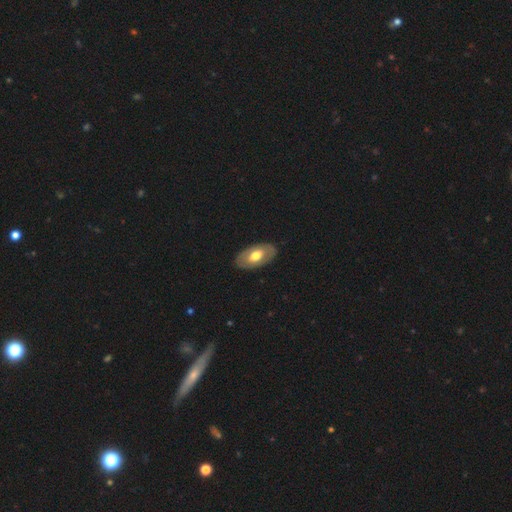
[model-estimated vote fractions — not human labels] Smooth or featured: smooth — 50% (featured or disk — 45%)
How rounded: in between — 93% (round — 5%)
Merging: none — 86% (minor disturbance — 10%)